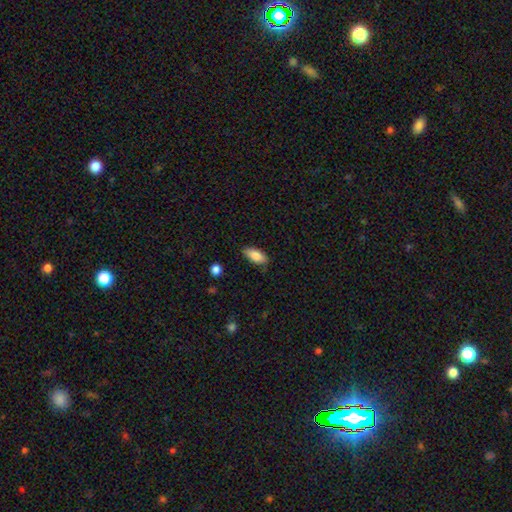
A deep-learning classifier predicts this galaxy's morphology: Smooth or featured? Predicted: smooth (p=0.85). How rounded? Predicted: in between (p=0.87). Merging? Predicted: none (p=0.81).